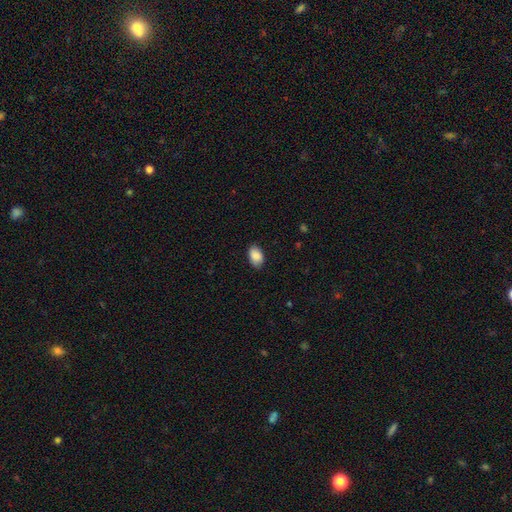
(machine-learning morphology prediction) This is clearly a smooth galaxy (89%). How rounded: clearly in between (91%). Merging: clearly none (84%).